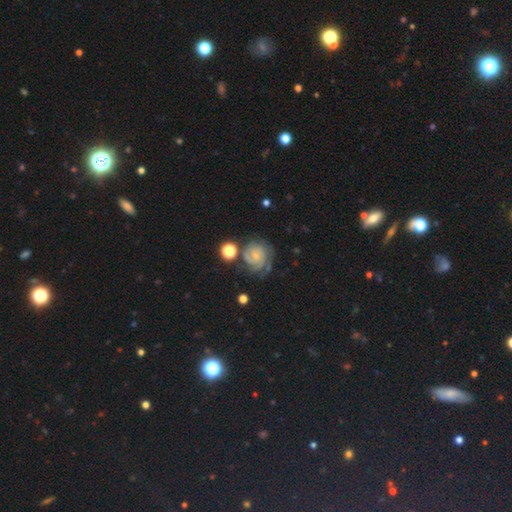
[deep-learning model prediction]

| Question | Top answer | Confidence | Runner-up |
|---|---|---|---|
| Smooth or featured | featured or disk | 70% | smooth (21%) |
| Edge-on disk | no | 98% | yes (2%) |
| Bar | no | 74% | weak (22%) |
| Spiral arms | yes | 93% | no (7%) |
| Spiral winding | tight | 64% | medium (28%) |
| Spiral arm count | can't tell | 33% | 2 (25%) |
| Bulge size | small | 68% | moderate (14%) |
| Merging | none | 55% | minor disturbance (21%) |